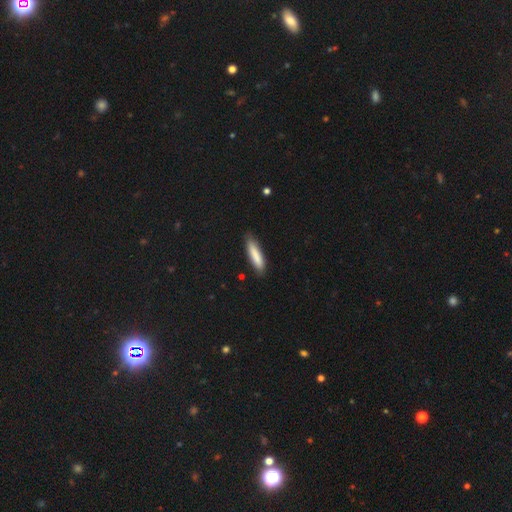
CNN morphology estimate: Smooth or featured? Predicted: smooth (p=0.84). How rounded? Predicted: cigar-shaped (p=0.79). Merging? Predicted: none (p=0.81).